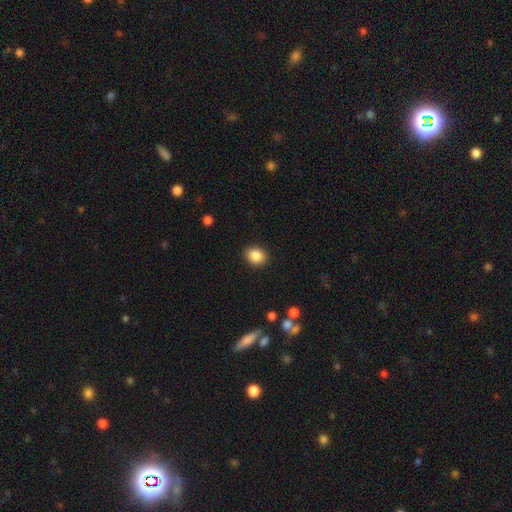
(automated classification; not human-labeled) Smooth or featured?
  - smooth: 87% *
  - star or artifact: 9%
  - featured or disk: 5%
How rounded?
  - round: 54% *
  - in between: 45%
  - cigar-shaped: 1%
Merging?
  - none: 89% *
  - minor disturbance: 8%
  - major disturbance: 2%
  - merger: 1%